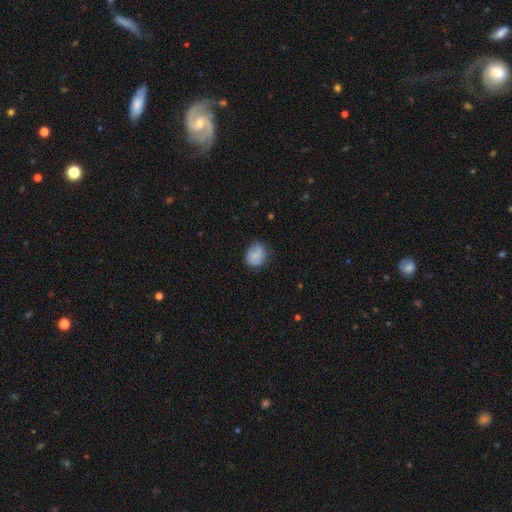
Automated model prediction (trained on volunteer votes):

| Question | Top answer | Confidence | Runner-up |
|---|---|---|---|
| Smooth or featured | smooth | 72% | featured or disk (19%) |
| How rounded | round | 57% | in between (42%) |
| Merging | none | 58% | minor disturbance (30%) |